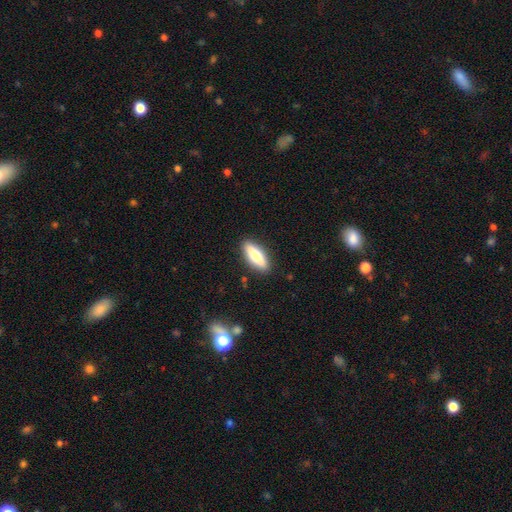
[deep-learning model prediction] Morphology: type=smooth (74%); roundness=in between (57%); merging=none (88%).